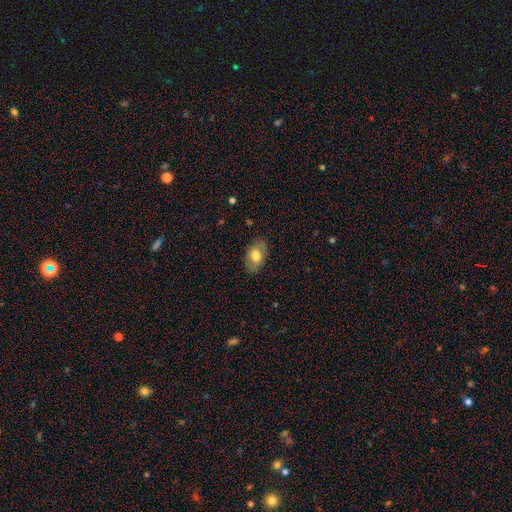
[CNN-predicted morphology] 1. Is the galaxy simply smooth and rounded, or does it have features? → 68% smooth, 26% featured or disk, 7% star or artifact.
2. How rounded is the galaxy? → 88% in between, 11% round, 1% cigar-shaped.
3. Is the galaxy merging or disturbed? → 82% none, 13% minor disturbance, 3% major disturbance, 1% merger.